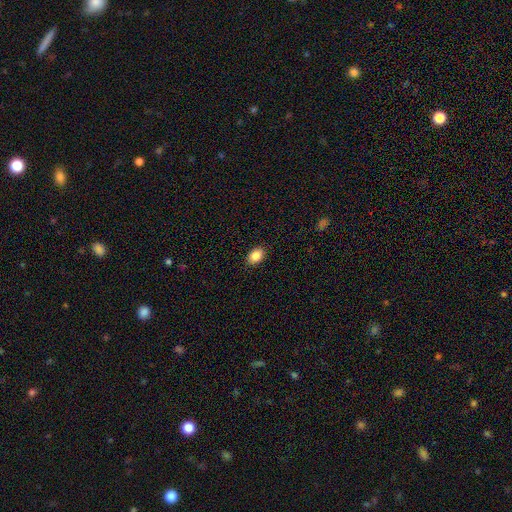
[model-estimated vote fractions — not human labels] This appears to be a smooth galaxy with no disk features (87%) that is in between round and cigar-shaped (81%). Merging: none (89%).